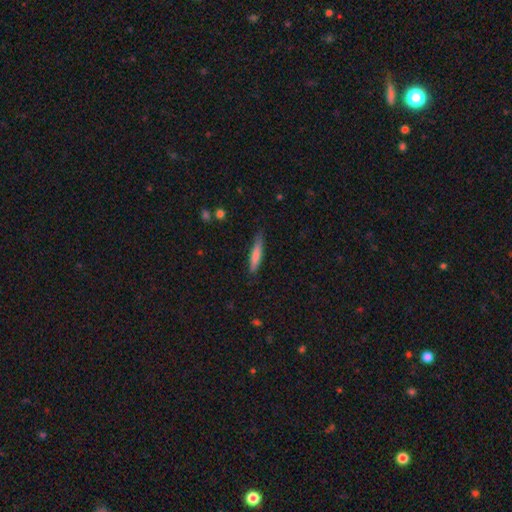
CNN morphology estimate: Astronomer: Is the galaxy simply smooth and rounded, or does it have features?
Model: smooth — 74%.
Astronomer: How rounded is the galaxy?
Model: cigar-shaped — 84%.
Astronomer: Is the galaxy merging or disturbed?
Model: none — 76%.